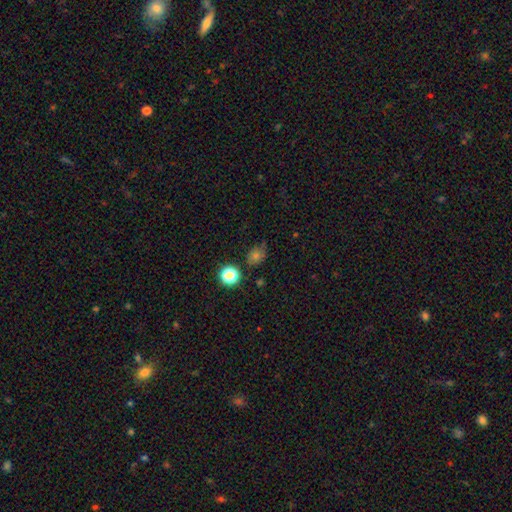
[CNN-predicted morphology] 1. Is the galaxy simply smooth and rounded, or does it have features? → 65% smooth, 23% star or artifact, 12% featured or disk.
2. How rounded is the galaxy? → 52% round, 46% in between, 1% cigar-shaped.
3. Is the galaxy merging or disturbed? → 64% none, 24% minor disturbance, 7% major disturbance, 4% merger.